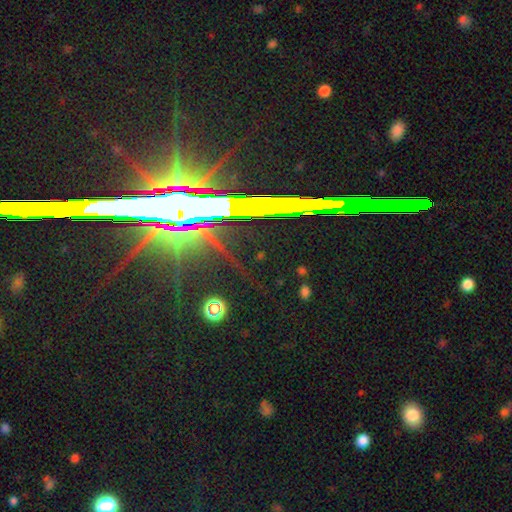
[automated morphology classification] A star or artifact, not a galaxy (81%).

Vote fractions:
- Smooth or featured? star or artifact: 81% / featured or disk: 12% / smooth: 7%